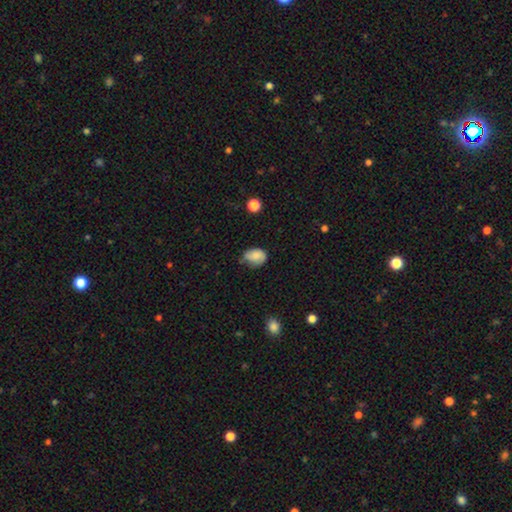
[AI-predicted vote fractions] A smooth galaxy with no disk features (74%) that is in between round and cigar-shaped (68%).

Vote fractions:
- Smooth or featured? smooth: 74% / featured or disk: 17% / star or artifact: 9%
- How rounded? in between: 68% / round: 31% / cigar-shaped: 1%
- Merging? none: 50% / minor disturbance: 37% / major disturbance: 10% / merger: 3%